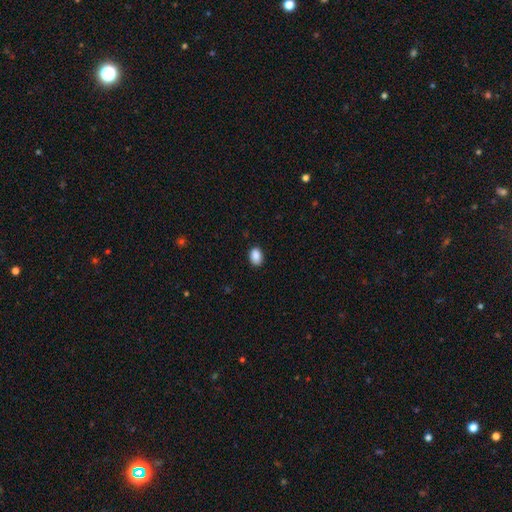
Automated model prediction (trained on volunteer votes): This appears to be a smooth galaxy with no disk features (89%) that is in between round and cigar-shaped (79%). Merging: none (88%).